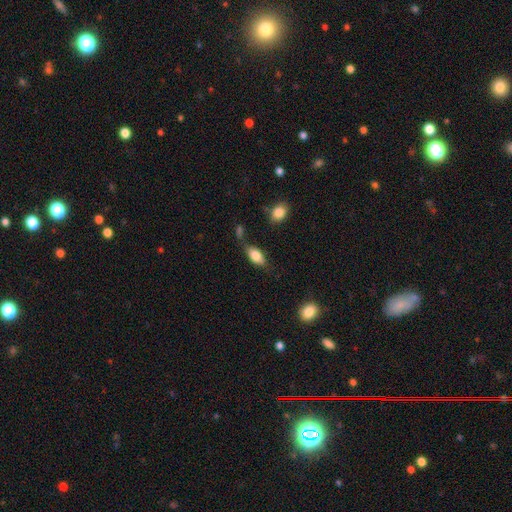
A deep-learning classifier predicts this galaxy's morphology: smooth 79%, featured or disk 14%, star or artifact 7%. Down the decision tree: how rounded — in between (89%); merging — none (67%).